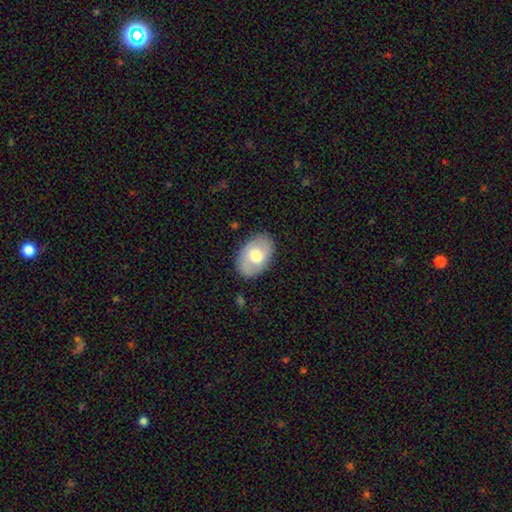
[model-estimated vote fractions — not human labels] This appears to be a smooth galaxy with no disk features (59%) that is in between round and cigar-shaped (87%). Merging: none (84%).